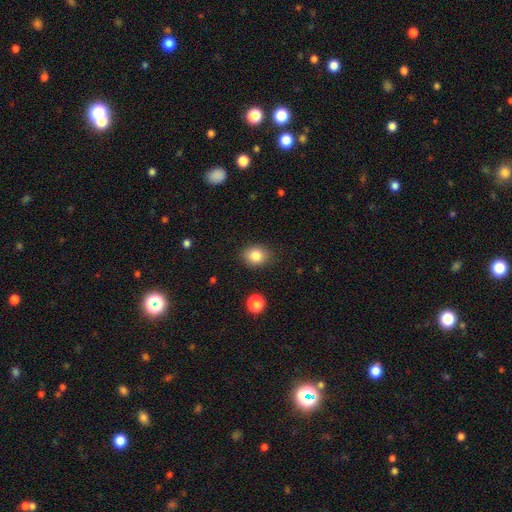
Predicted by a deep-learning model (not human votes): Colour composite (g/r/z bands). It shows a smooth galaxy with no disk features (83%) that is round (56%). Merging: none (84%).